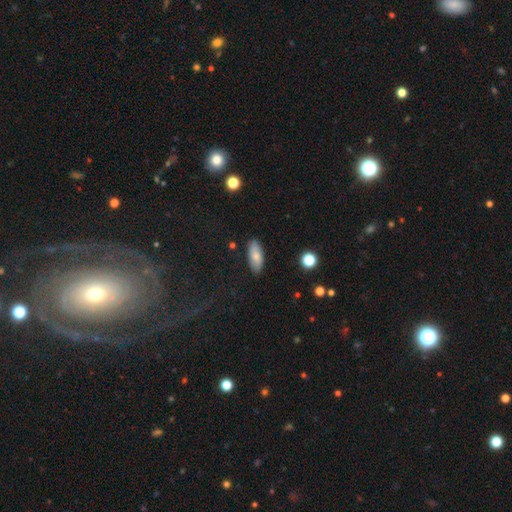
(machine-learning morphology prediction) A smooth galaxy with no disk features (80%) that is in between round and cigar-shaped (81%). Merging: none (86%).